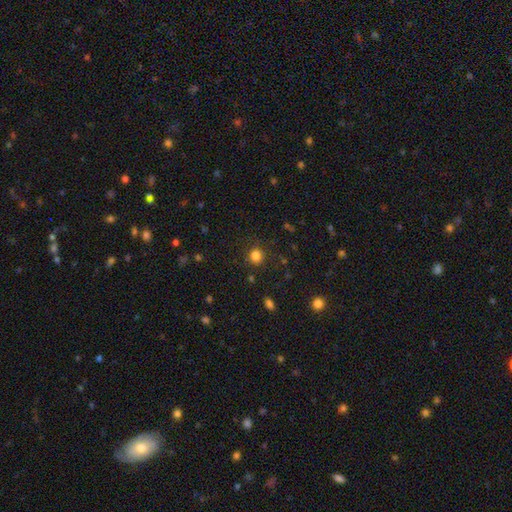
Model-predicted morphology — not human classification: Q: Smooth or featured?
A: smooth (83%); runner-up: star or artifact (13%)
Q: How rounded?
A: round (89%); runner-up: in between (10%)
Q: Merging?
A: none (87%); runner-up: minor disturbance (8%)